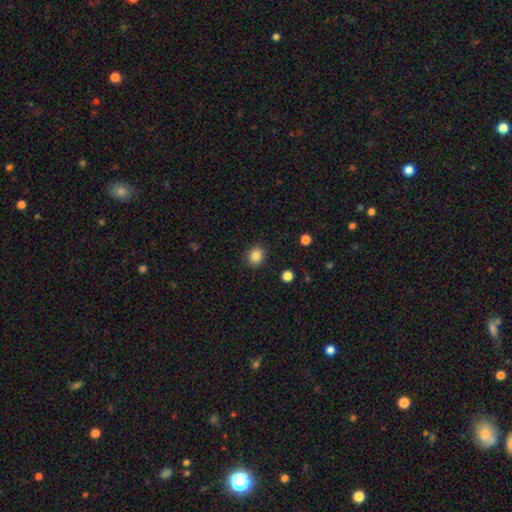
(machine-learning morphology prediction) This appears to be a smooth galaxy with no disk features (86%) that is round (74%). Merging: none (90%).